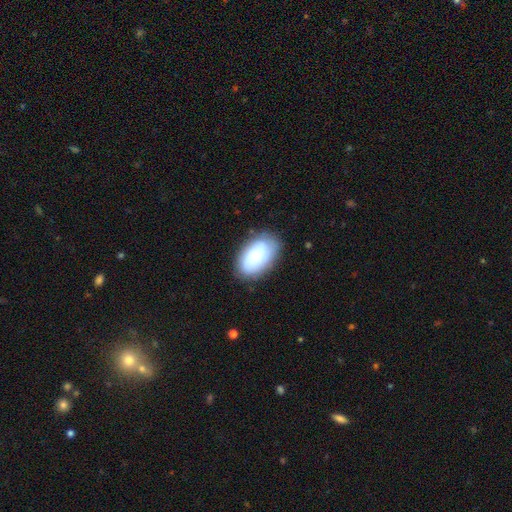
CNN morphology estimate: A smooth galaxy with no disk features (68%) that is in between round and cigar-shaped (92%).

Vote fractions:
- Smooth or featured? smooth: 68% / featured or disk: 25% / star or artifact: 7%
- How rounded? in between: 92% / round: 7% / cigar-shaped: 1%
- Merging? none: 79% / minor disturbance: 16% / major disturbance: 4% / merger: 1%